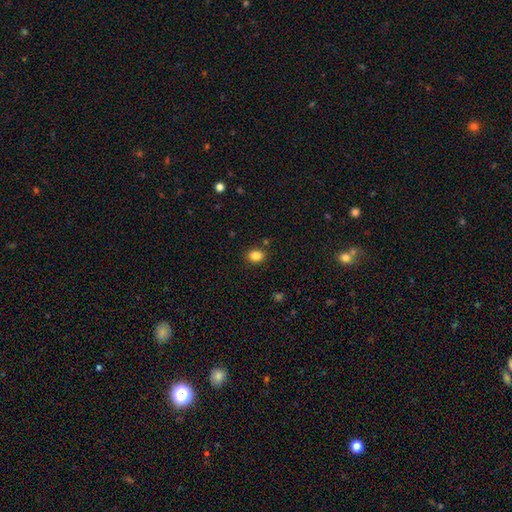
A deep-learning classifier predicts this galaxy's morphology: smooth 84%, star or artifact 11%, featured or disk 5%. Down the decision tree: how rounded — in between (53%); merging — none (86%).